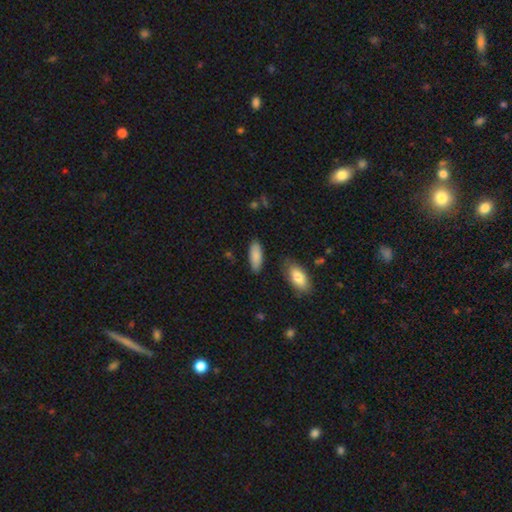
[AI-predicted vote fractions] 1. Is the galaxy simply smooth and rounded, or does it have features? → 87% smooth, 7% featured or disk, 6% star or artifact.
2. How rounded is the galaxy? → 73% in between, 25% cigar-shaped, 2% round.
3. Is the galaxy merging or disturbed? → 83% none, 12% minor disturbance, 3% merger, 2% major disturbance.